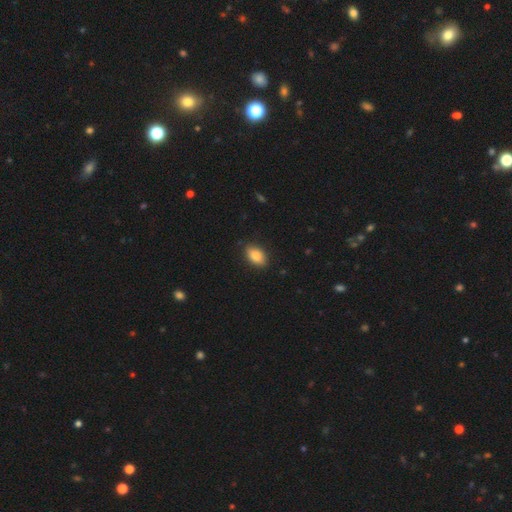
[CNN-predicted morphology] A smooth galaxy with no disk features (86%) that is in between round and cigar-shaped (90%). Merging: none (85%).